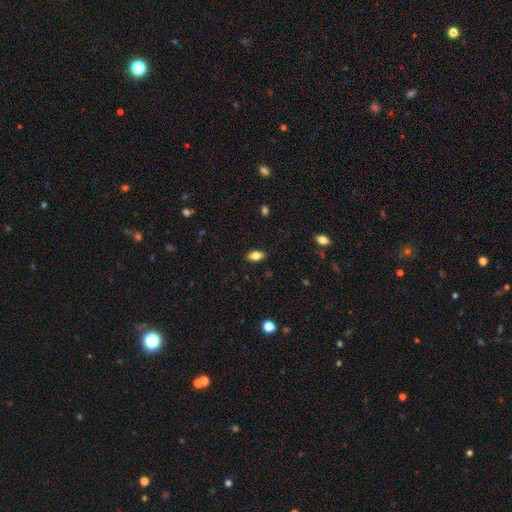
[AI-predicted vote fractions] A smooth galaxy with no disk features (78%) that is in between round and cigar-shaped (88%).

Vote fractions:
- Smooth or featured? smooth: 78% / featured or disk: 14% / star or artifact: 9%
- How rounded? in between: 88% / cigar-shaped: 8% / round: 5%
- Merging? none: 88% / minor disturbance: 9% / major disturbance: 2% / merger: 1%